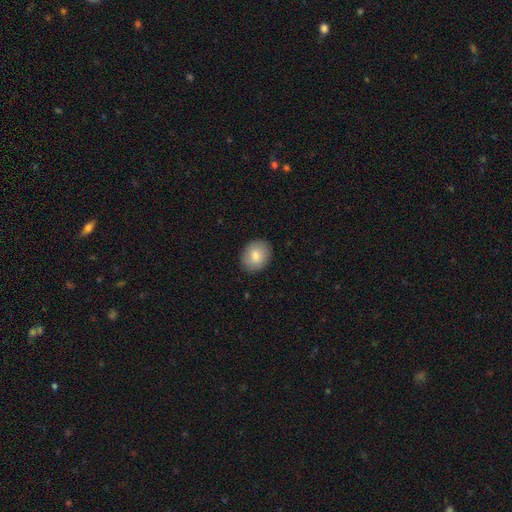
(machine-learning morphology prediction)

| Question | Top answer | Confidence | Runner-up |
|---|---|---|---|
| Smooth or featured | smooth | 83% | featured or disk (10%) |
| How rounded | round | 58% | in between (41%) |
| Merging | none | 89% | minor disturbance (8%) |